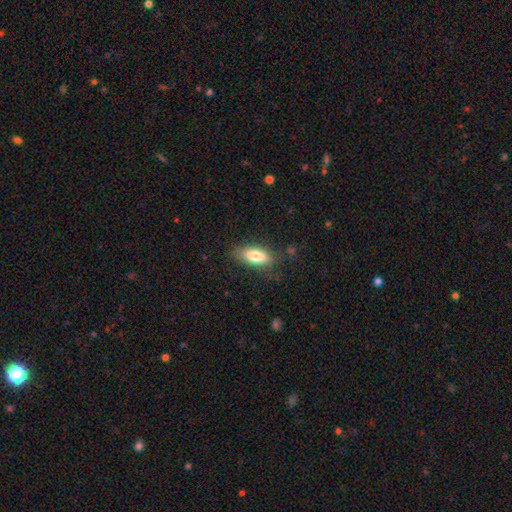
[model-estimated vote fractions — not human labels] Overall: smooth (79%). How rounded: in between (80%). Merging: none (76%).